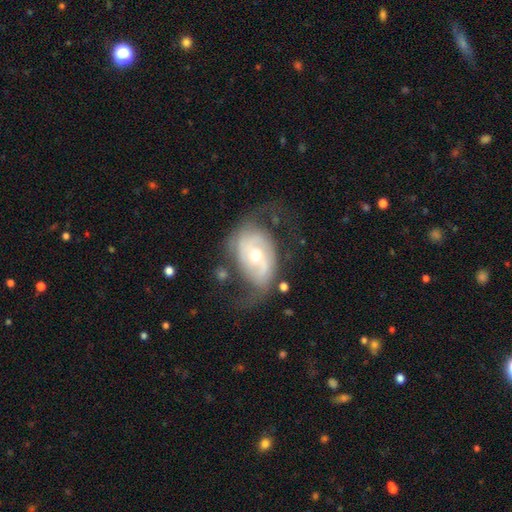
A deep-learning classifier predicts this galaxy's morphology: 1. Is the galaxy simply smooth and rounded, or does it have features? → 76% featured or disk, 17% smooth, 7% star or artifact.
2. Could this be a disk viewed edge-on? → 95% no, 5% yes.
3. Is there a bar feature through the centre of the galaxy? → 50% no, 32% weak, 18% strong.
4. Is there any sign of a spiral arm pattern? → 83% yes, 17% no.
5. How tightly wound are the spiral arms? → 41% loose, 38% medium, 22% tight.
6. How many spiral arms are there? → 77% 2, 13% can't tell, 5% 1, 3% 3, 1% 4, 1% more than 4.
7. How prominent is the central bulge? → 61% moderate, 33% small, 4% large, 1% dominant, 1% none.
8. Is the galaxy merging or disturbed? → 50% none, 26% major disturbance, 22% minor disturbance, 3% merger.